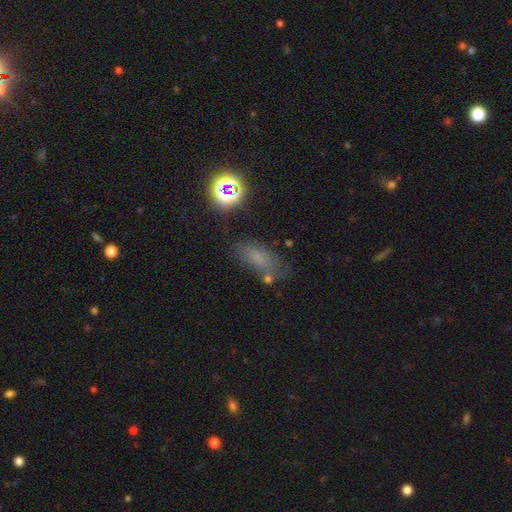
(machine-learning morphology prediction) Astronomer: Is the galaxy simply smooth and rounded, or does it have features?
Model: smooth — 62%.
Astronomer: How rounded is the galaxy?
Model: in between — 79%.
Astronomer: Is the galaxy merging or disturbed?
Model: none — 58%.